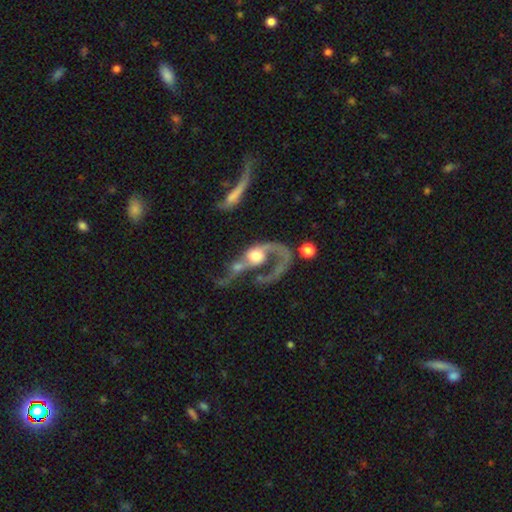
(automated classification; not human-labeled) The model was most divided on "merging": major disturbance: 42%, merger: 34%, none: 15%, minor disturbance: 9%. More confident: edge-on disk — no (94%); bar — no (77%); smooth or featured — featured or disk (71%); spiral arms — yes (69%); bulge size — moderate (53%).